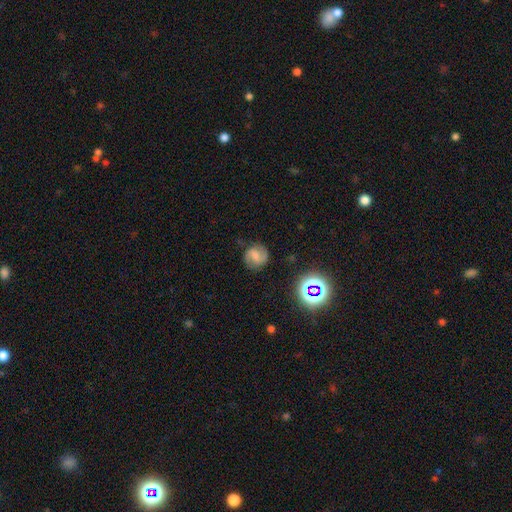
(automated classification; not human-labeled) Smooth or featured?
  - featured or disk: 64% *
  - smooth: 24%
  - star or artifact: 12%
Edge-on disk?
  - no: 98% *
  - yes: 2%
Bar?
  - weak: 49% *
  - no: 27%
  - strong: 24%
Spiral arms?
  - yes: 93% *
  - no: 7%
Spiral winding?
  - medium: 51% *
  - tight: 28%
  - loose: 22%
Spiral arm count?
  - 2: 88% *
  - can't tell: 6%
  - 1: 3%
  - 3: 1%
  - 4: 1%
  - more than 4: 1%
Bulge size?
  - small: 33% *
  - moderate: 31%
  - none: 27%
  - large: 7%
  - dominant: 2%
Merging?
  - none: 81% *
  - minor disturbance: 13%
  - major disturbance: 5%
  - merger: 2%